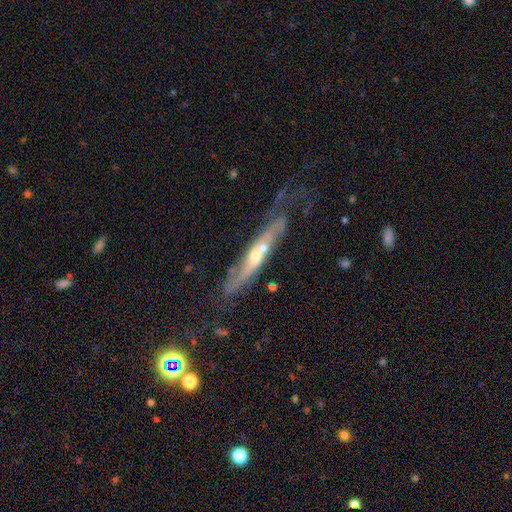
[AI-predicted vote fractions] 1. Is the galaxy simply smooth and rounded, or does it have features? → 74% featured or disk, 19% smooth, 7% star or artifact.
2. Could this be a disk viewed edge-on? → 61% yes, 39% no.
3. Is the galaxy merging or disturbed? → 44% none, 26% minor disturbance, 20% major disturbance, 10% merger.